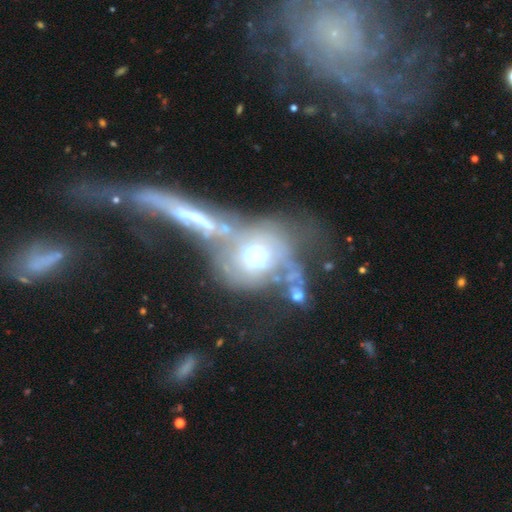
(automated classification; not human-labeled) smooth_or_featured: featured or disk (p=0.52) [alt: smooth p=0.34]
disk_edge_on: no (p=0.91) [alt: yes p=0.09]
merging: merger (p=0.49) [alt: major disturbance p=0.21]